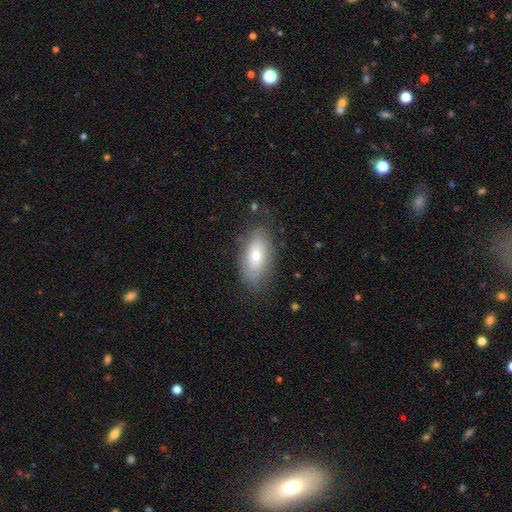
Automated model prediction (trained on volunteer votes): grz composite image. It shows a smooth galaxy with no disk features (61%) that is in between round and cigar-shaped (92%). Merging: none (75%).